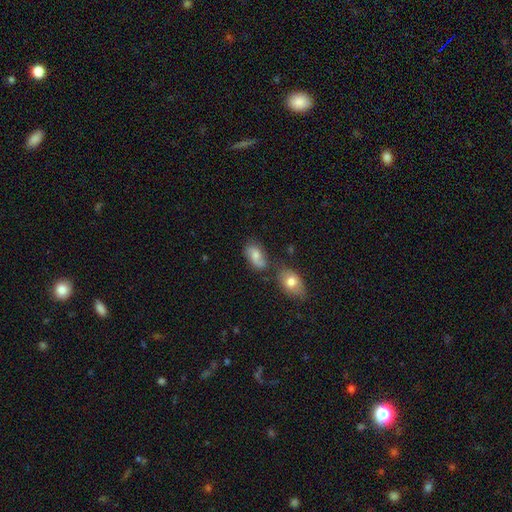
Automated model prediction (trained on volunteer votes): Smooth or featured? smooth (58%)
How rounded? in between (88%)
Merging? none (53%)